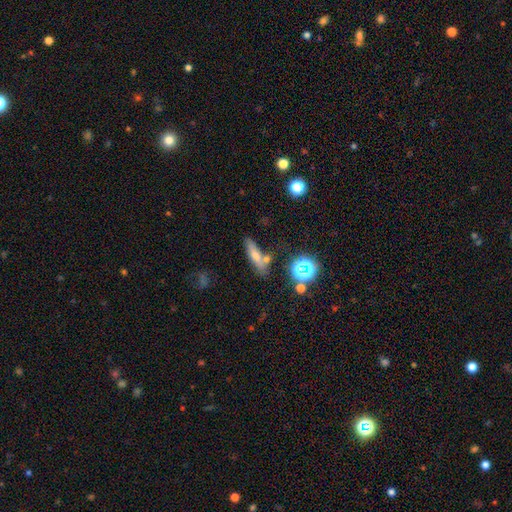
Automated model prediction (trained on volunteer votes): Overall: smooth (56%; featured or disk 27%). How rounded: cigar-shaped (68%). Merging: none (67%).